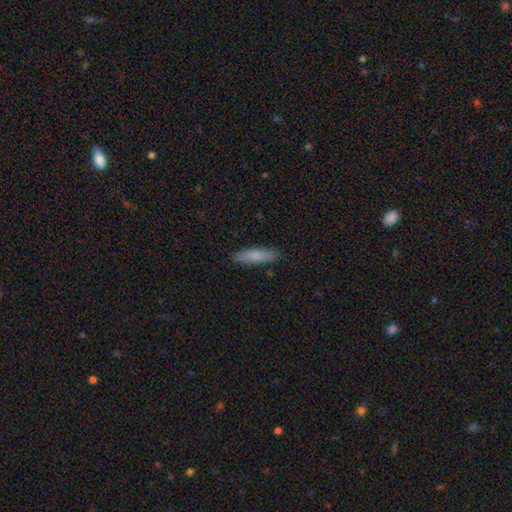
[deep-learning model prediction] A smooth galaxy with no disk features (81%) that is cigar-shaped (73%). Merging: none (87%).